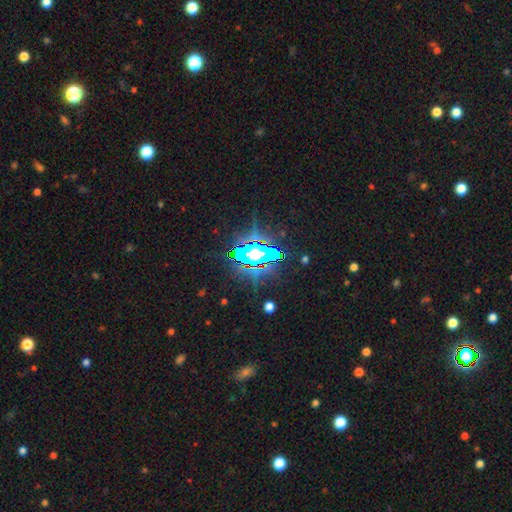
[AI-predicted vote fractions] Smooth or featured? Predicted: star or artifact (p=0.72).